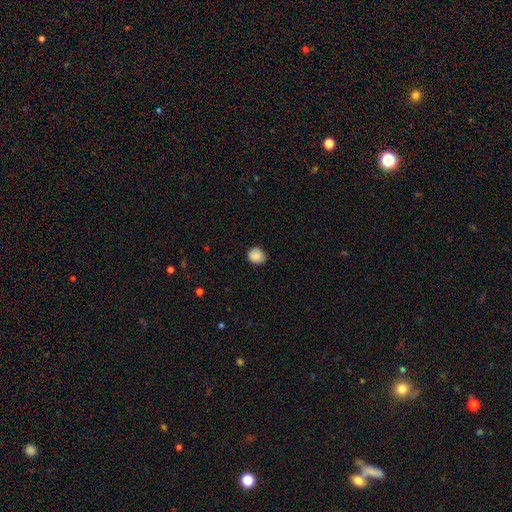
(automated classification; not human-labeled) A smooth galaxy with no disk features (88%) that is round (76%).

Vote fractions:
- Smooth or featured? smooth: 88% / star or artifact: 9% / featured or disk: 4%
- How rounded? round: 76% / in between: 23% / cigar-shaped: 1%
- Merging? none: 83% / minor disturbance: 13% / major disturbance: 2% / merger: 1%